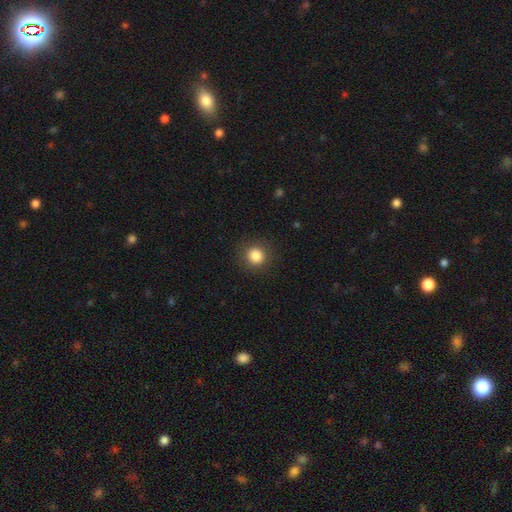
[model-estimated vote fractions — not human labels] smooth 85%, star or artifact 10%, featured or disk 5%. Down the decision tree: how rounded — round (92%); merging — none (90%).